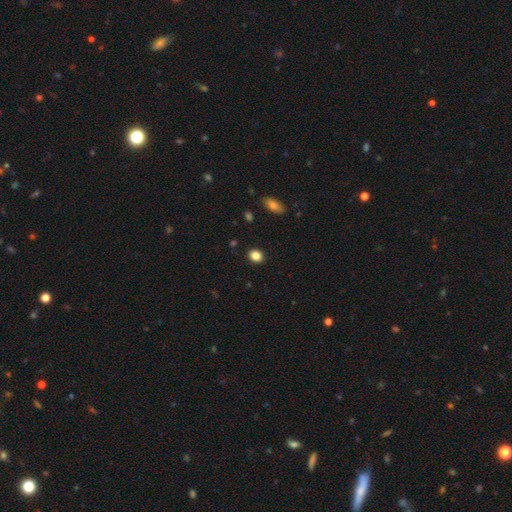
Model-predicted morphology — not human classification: This is clearly a smooth galaxy (86%). How rounded: likely round (61%). Merging: clearly none (90%).